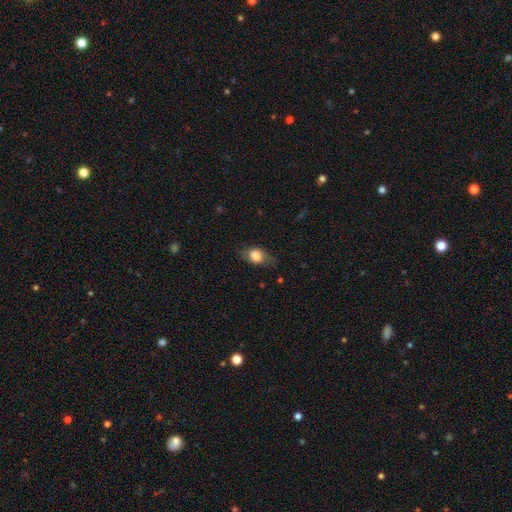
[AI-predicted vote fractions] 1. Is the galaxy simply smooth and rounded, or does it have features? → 76% smooth, 16% featured or disk, 9% star or artifact.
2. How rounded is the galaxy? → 67% in between, 30% round, 3% cigar-shaped.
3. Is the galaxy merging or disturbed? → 66% none, 24% minor disturbance, 8% major disturbance, 1% merger.